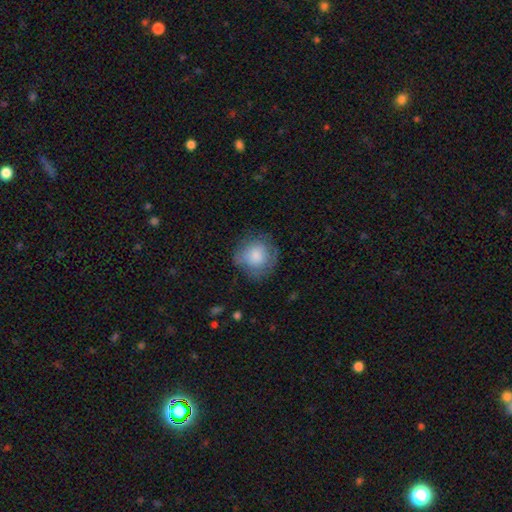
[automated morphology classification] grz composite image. It shows a smooth galaxy with no disk features (73%) that is round (87%). Merging: none (64%).